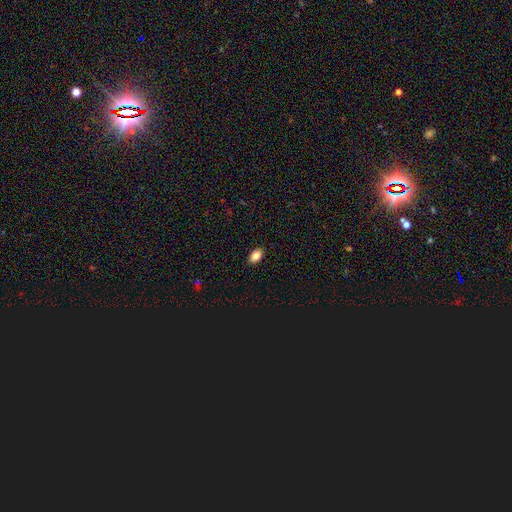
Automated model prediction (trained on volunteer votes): Smooth or featured? smooth (84%)
How rounded? in between (90%)
Merging? none (89%)